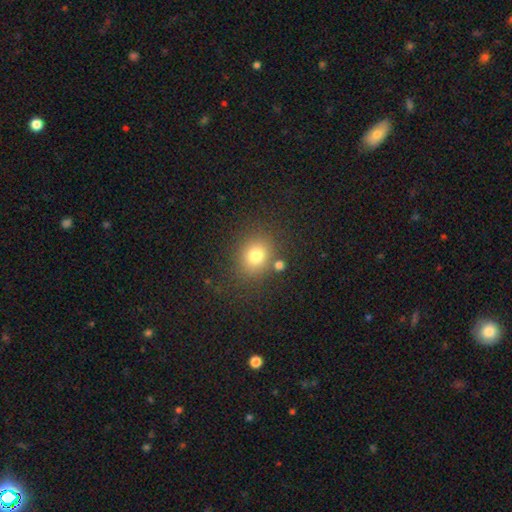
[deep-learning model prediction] This appears to be a smooth galaxy with no disk features (77%) that is round (68%). Merging: none (78%).